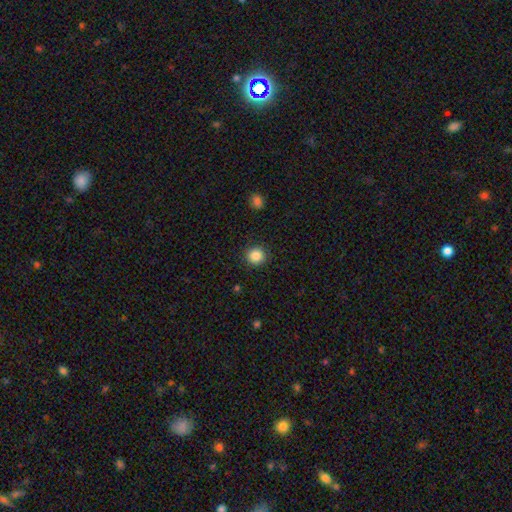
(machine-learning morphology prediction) This appears to be a smooth galaxy with no disk features (87%) that is round (93%). Merging: none (91%).